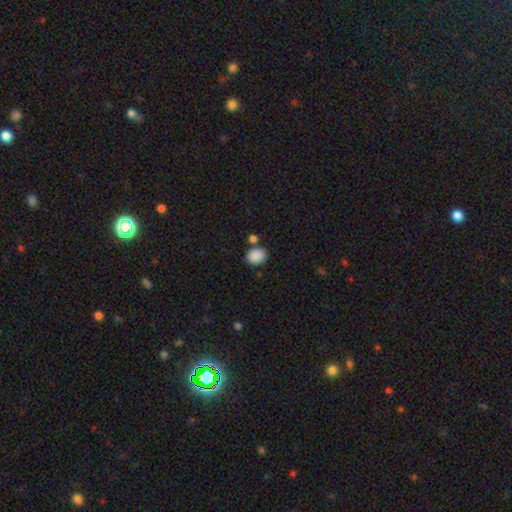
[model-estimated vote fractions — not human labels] smooth_or_featured: smooth (p=0.88) [alt: star or artifact p=0.08]
how_rounded: round (p=0.54) [alt: in between p=0.45]
merging: none (p=0.74) [alt: minor disturbance p=0.12]